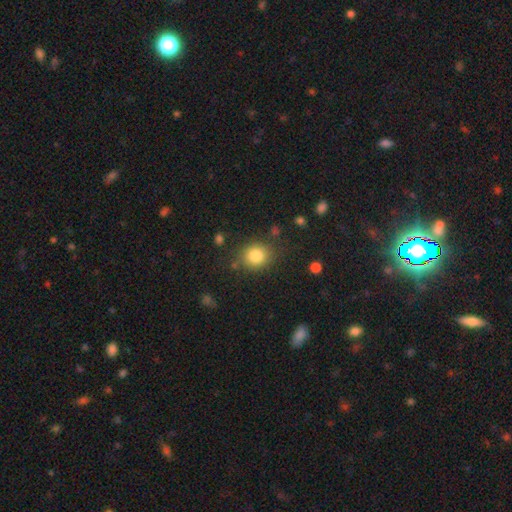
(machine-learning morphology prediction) type=smooth (83%); roundness=round (72%); merging=none (79%).